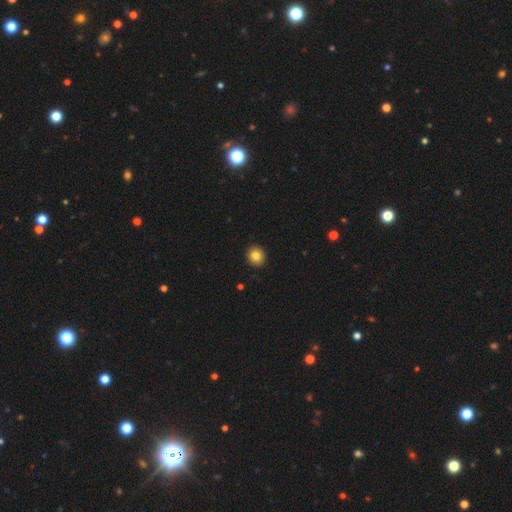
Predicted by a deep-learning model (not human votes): Smooth or featured: smooth — 83% (star or artifact — 10%)
How rounded: round — 83% (in between — 16%)
Merging: none — 92% (minor disturbance — 6%)